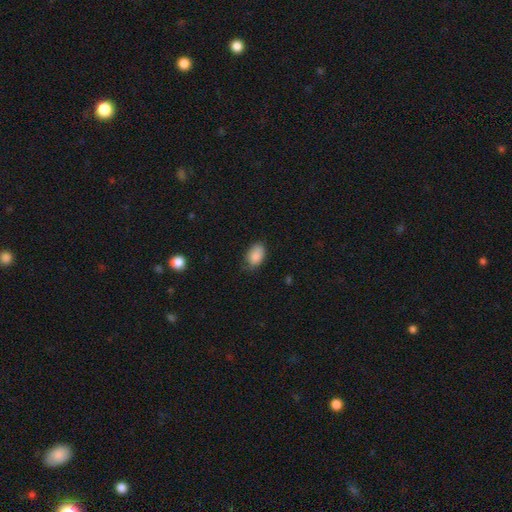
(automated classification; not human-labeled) smooth 87%, star or artifact 8%, featured or disk 6%. Down the decision tree: how rounded — in between (89%); merging — none (68%).